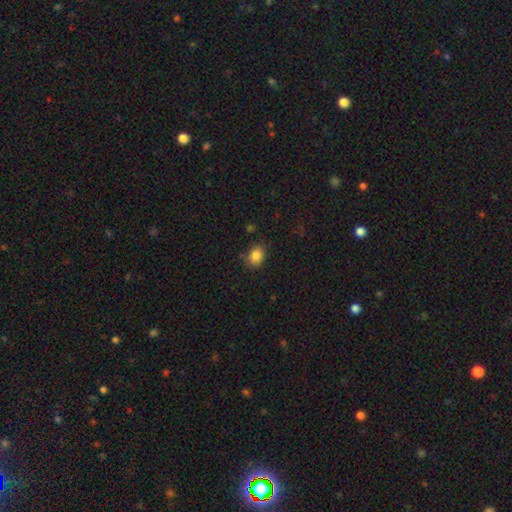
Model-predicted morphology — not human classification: Smooth or featured? smooth (86%)
How rounded? in between (62%)
Merging? none (80%)